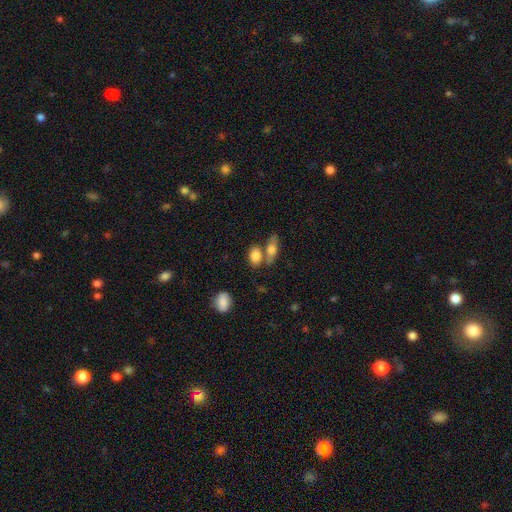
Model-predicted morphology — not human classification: The model was most divided on "merging": none: 51%, merger: 33%, minor disturbance: 12%, major disturbance: 4%. More confident: how rounded — in between (81%); smooth or featured — smooth (80%).